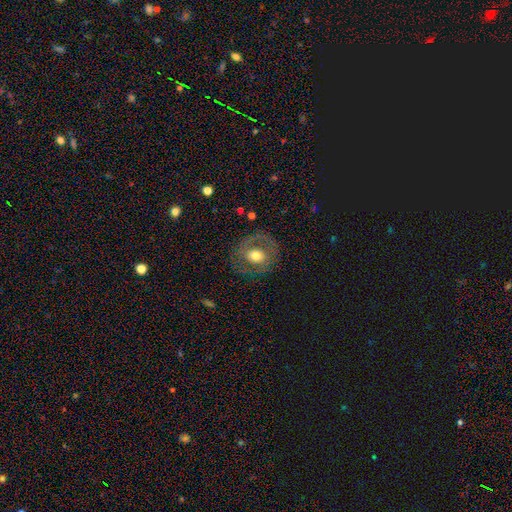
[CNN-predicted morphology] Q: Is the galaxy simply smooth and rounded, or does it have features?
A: featured or disk — 48%.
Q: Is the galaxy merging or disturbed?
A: none — 74%.